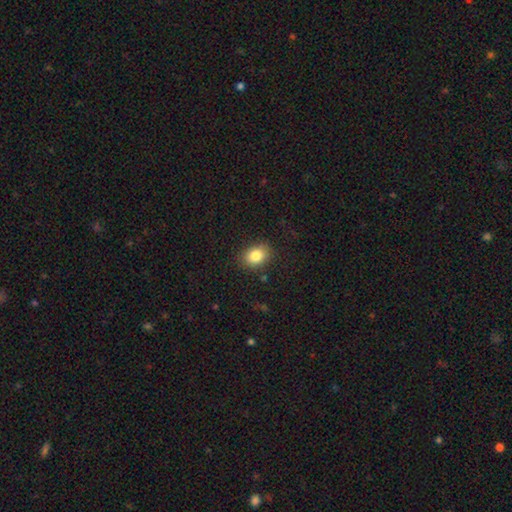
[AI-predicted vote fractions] Smooth or featured? smooth (84%)
How rounded? in between (61%)
Merging? none (85%)